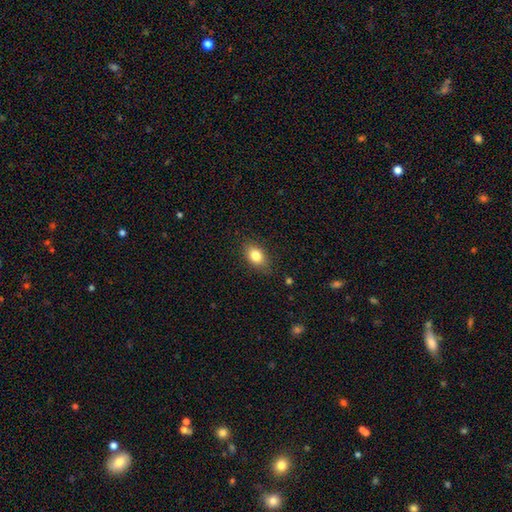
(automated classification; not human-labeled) smooth_or_featured: smooth (p=0.82) [alt: featured or disk p=0.09]
how_rounded: in between (p=0.81) [alt: round p=0.17]
merging: none (p=0.83) [alt: minor disturbance p=0.12]